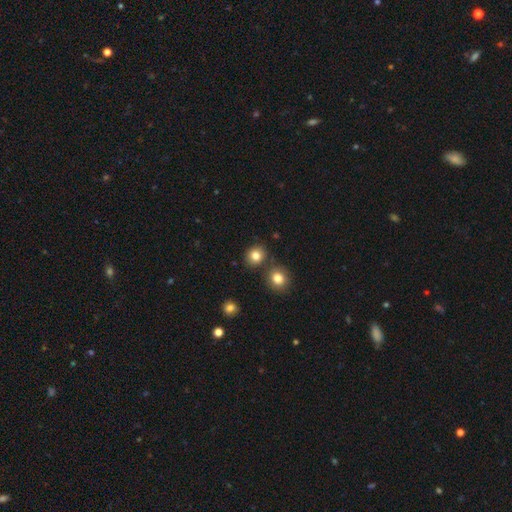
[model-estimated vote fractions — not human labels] Q: Smooth or featured?
A: smooth (82%); runner-up: star or artifact (12%)
Q: How rounded?
A: round (80%); runner-up: in between (19%)
Q: Merging?
A: none (77%); runner-up: merger (11%)